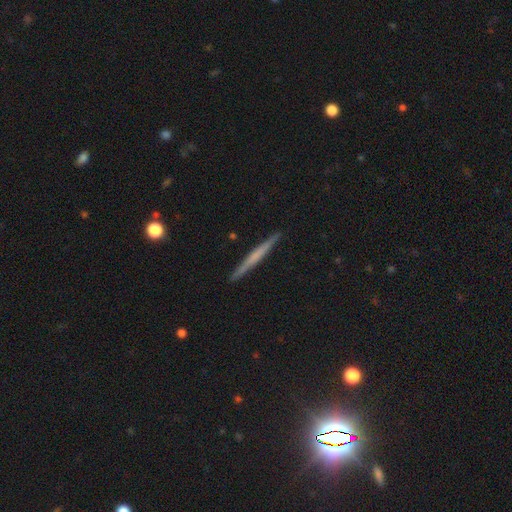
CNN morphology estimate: type=featured or disk (53%); edge-on=yes (98%); edge-on bulge=none (73%); merging=none (92%).